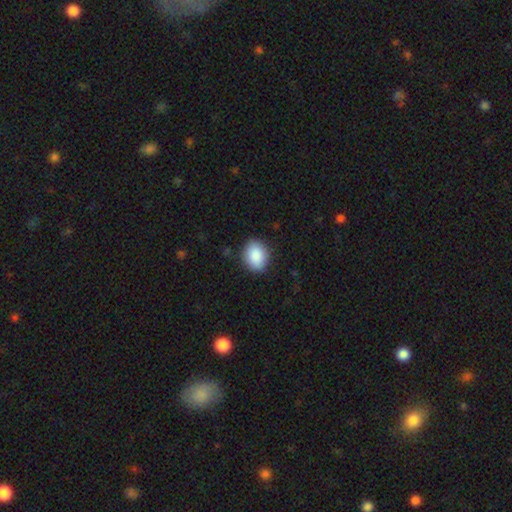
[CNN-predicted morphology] smooth-or-featured: smooth: 88% | star or artifact: 7% | featured or disk: 4%
  how-rounded: in between: 52% | round: 47% | cigar-shaped: 1%
  merging: none: 86% | minor disturbance: 11% | major disturbance: 2% | merger: 1%